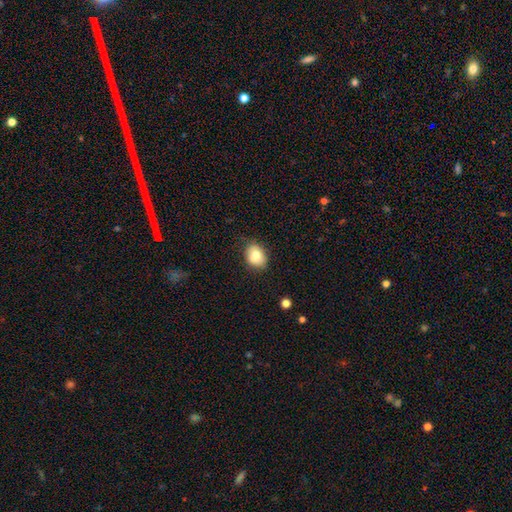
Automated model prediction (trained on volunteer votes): Smooth or featured? smooth (80%)
How rounded? in between (62%)
Merging? none (75%)